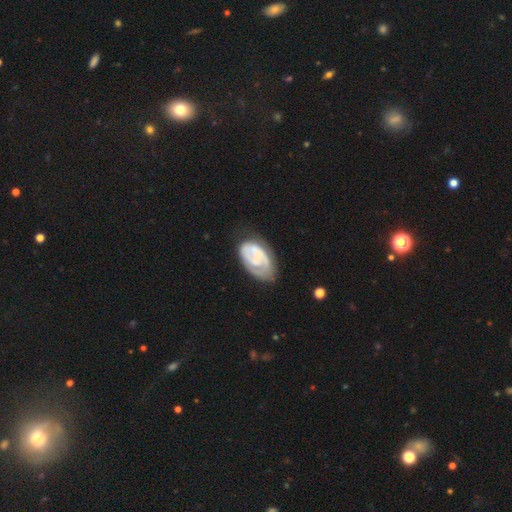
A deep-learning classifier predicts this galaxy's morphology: A featured or disk galaxy (69%) with no bar (64%), 2 (38%) tight (60%) spiral arms (83%) and a small central bulge (47%). Merging: none (57%).